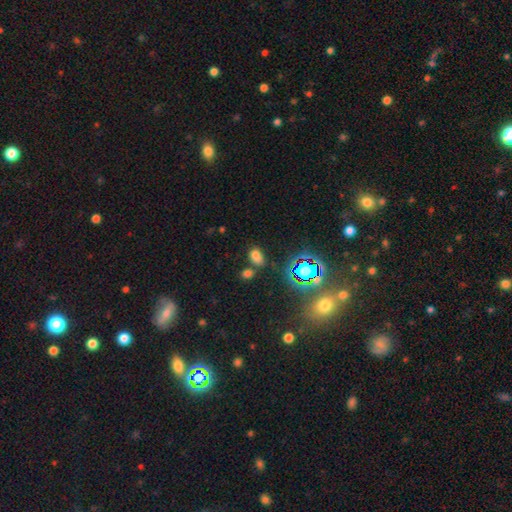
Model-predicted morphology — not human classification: Smooth or featured? smooth (67%)
How rounded? in between (85%)
Merging? none (68%)